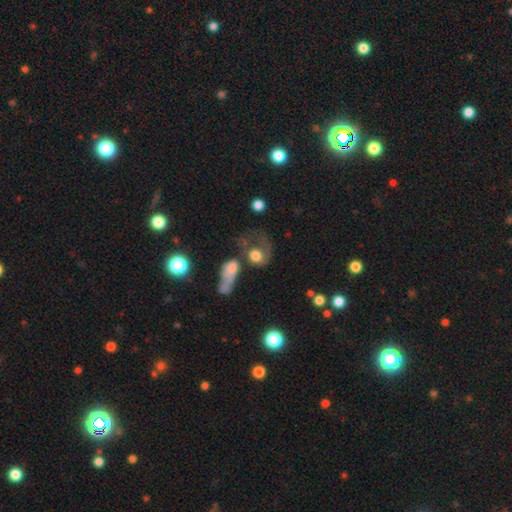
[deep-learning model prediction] This appears to be a smooth galaxy with no disk features (57%) that is round (55%). Merging: major disturbance (38%).